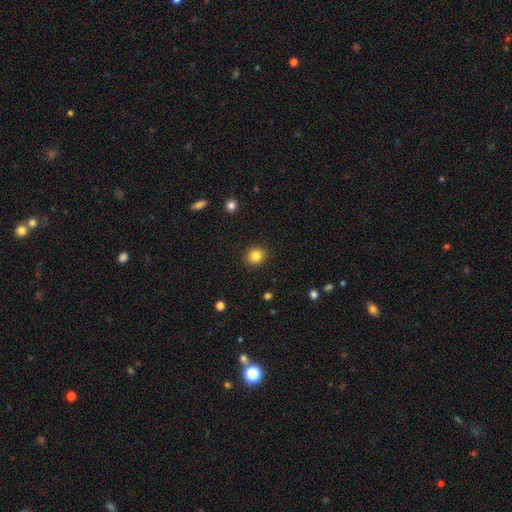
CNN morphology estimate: type=smooth (84%); roundness=round (86%); merging=none (91%).